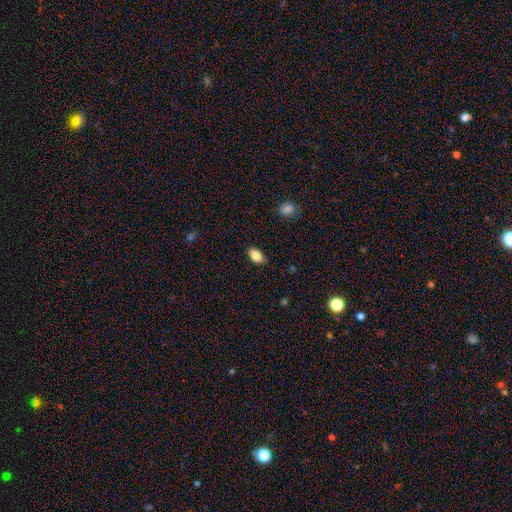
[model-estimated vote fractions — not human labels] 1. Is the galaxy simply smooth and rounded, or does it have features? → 85% smooth, 8% star or artifact, 6% featured or disk.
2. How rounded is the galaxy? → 90% in between, 8% round, 2% cigar-shaped.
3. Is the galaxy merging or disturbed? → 84% none, 13% minor disturbance, 2% major disturbance, 1% merger.